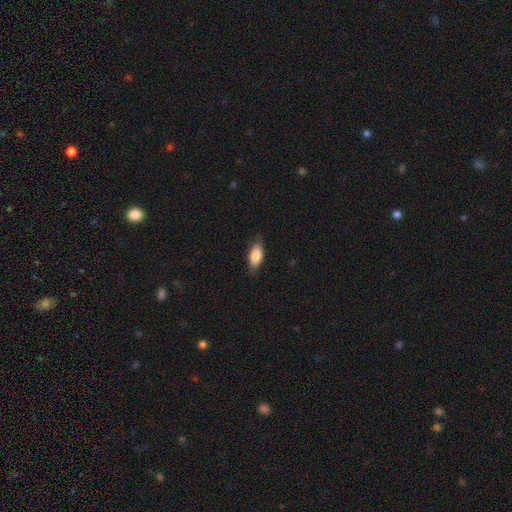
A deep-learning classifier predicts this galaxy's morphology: Smooth or featured?
  - smooth: 82% *
  - featured or disk: 12%
  - star or artifact: 6%
How rounded?
  - in between: 84% *
  - cigar-shaped: 13%
  - round: 3%
Merging?
  - none: 76% *
  - minor disturbance: 19%
  - major disturbance: 4%
  - merger: 1%